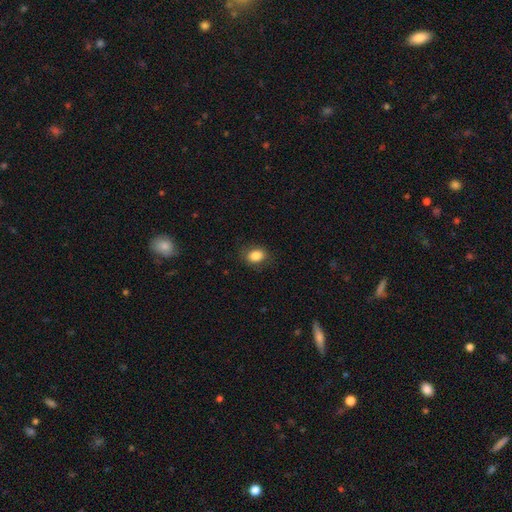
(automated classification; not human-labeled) Morphology: type=smooth (85%); roundness=in between (65%); merging=none (83%).